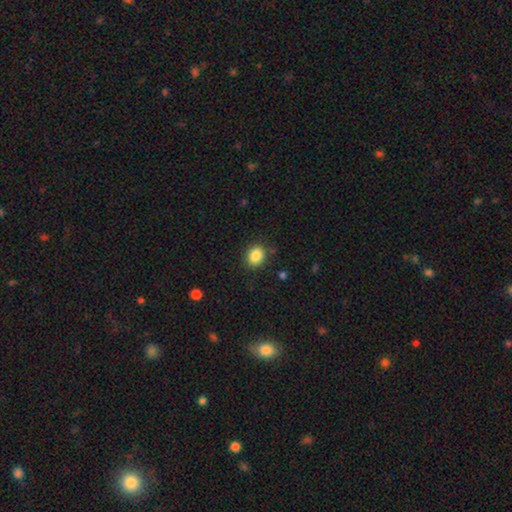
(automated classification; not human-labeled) The model was most divided on "how rounded": round: 60%, in between: 39%, cigar-shaped: 1%. More confident: smooth or featured — smooth (86%); merging — none (85%).